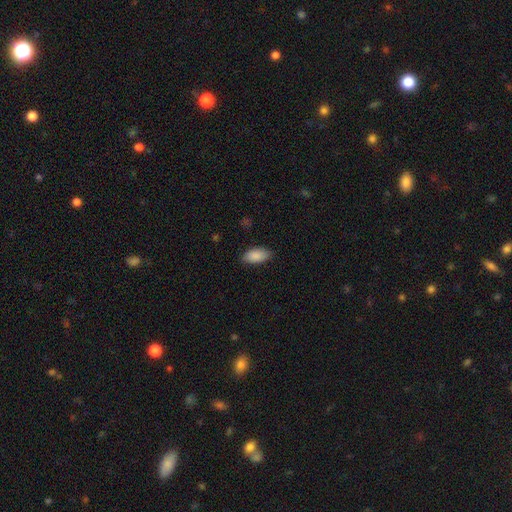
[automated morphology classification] Q: Smooth or featured?
A: smooth (88%); runner-up: star or artifact (6%)
Q: How rounded?
A: in between (92%); runner-up: cigar-shaped (6%)
Q: Merging?
A: none (84%); runner-up: minor disturbance (13%)